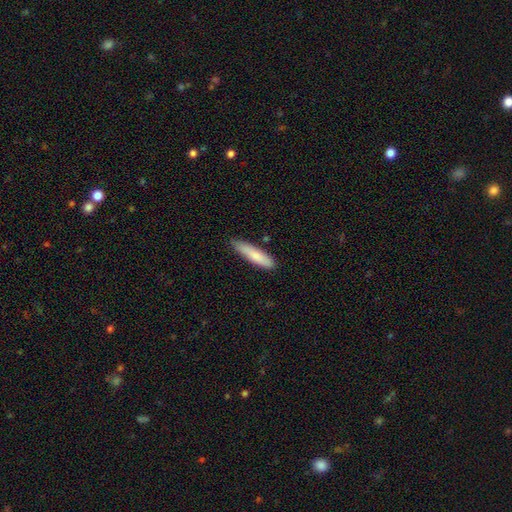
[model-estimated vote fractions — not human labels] Smooth or featured: smooth — 81% (featured or disk — 13%)
How rounded: cigar-shaped — 78% (in between — 21%)
Merging: none — 80% (minor disturbance — 16%)